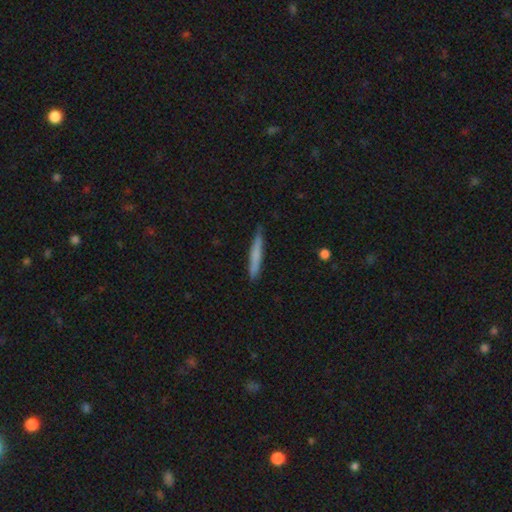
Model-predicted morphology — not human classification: Overall: smooth (71%). How rounded: cigar-shaped (95%). Merging: none (85%).